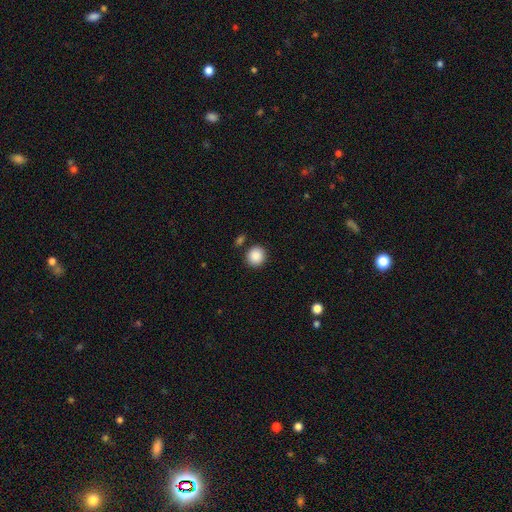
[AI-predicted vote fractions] smooth 88%, star or artifact 9%, featured or disk 3%. Down the decision tree: how rounded — round (90%); merging — none (86%).